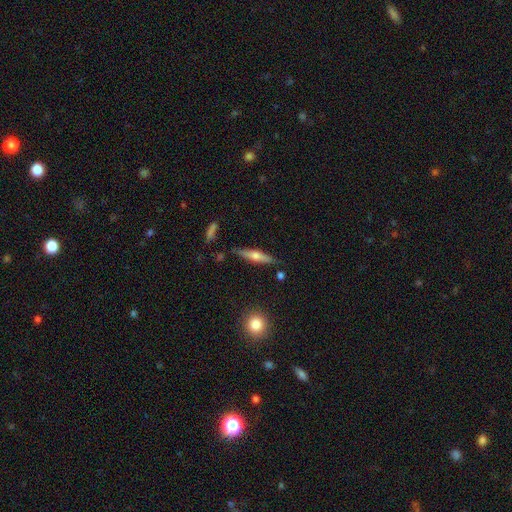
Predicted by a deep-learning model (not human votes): This appears to be a featured or disk galaxy (54%) viewed edge-on (94%) with a rounded central bulge (89%). Merging: none (83%).